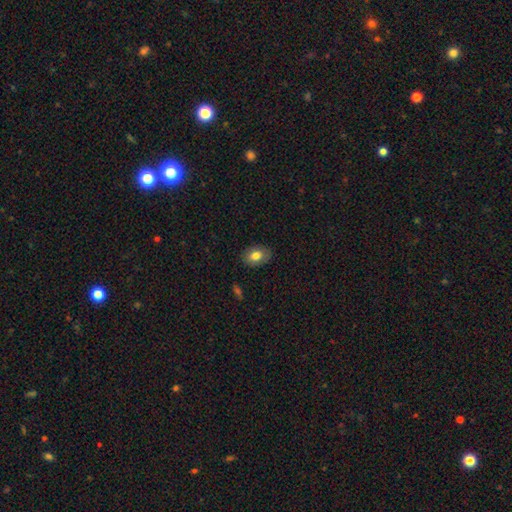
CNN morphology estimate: smooth-or-featured: smooth: 79% | featured or disk: 13% | star or artifact: 8%
  how-rounded: in between: 81% | round: 18% | cigar-shaped: 1%
  merging: none: 86% | minor disturbance: 11% | major disturbance: 2% | merger: 1%